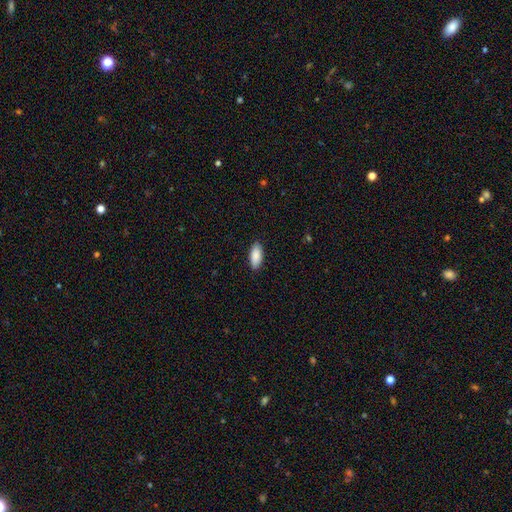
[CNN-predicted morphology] This is clearly a smooth galaxy (89%). How rounded: clearly in between (87%). Merging: clearly none (88%).